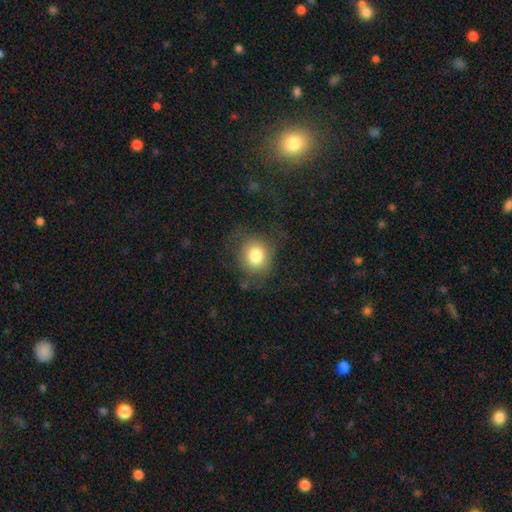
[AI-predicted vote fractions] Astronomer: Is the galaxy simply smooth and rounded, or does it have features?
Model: smooth — 79%.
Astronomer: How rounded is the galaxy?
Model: round — 76%.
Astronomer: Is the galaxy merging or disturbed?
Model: none — 68%.